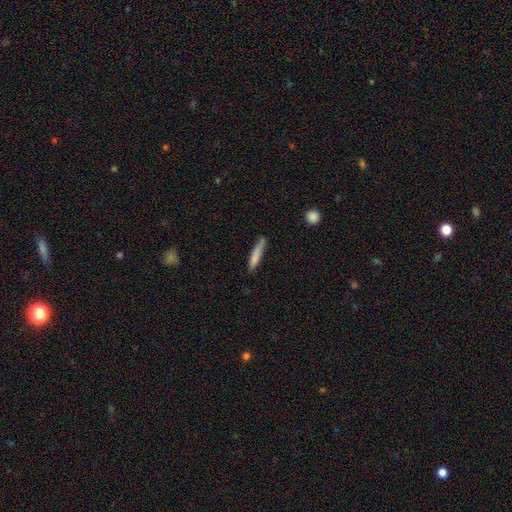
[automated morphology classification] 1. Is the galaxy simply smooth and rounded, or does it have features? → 78% smooth, 15% featured or disk, 7% star or artifact.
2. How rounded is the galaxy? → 89% cigar-shaped, 10% in between, 1% round.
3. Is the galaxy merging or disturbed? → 67% none, 22% minor disturbance, 6% merger, 5% major disturbance.